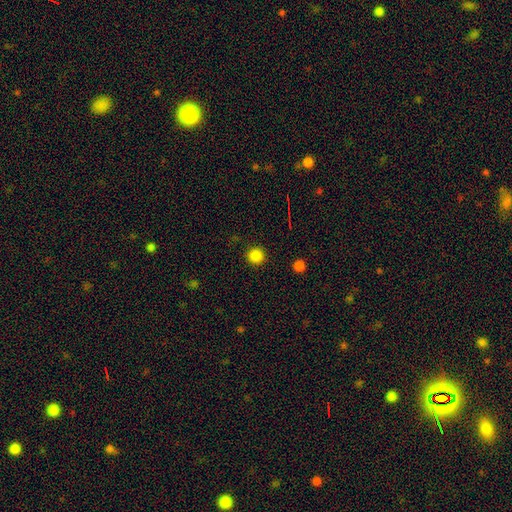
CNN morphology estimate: This is clearly a smooth galaxy (85%). How rounded: clearly round (94%). Merging: clearly none (91%).